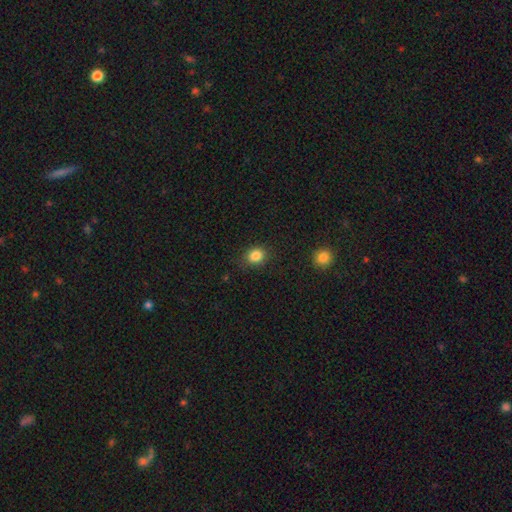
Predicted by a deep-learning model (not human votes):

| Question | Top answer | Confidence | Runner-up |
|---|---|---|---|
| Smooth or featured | smooth | 85% | star or artifact (11%) |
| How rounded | round | 64% | in between (35%) |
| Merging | none | 83% | minor disturbance (12%) |